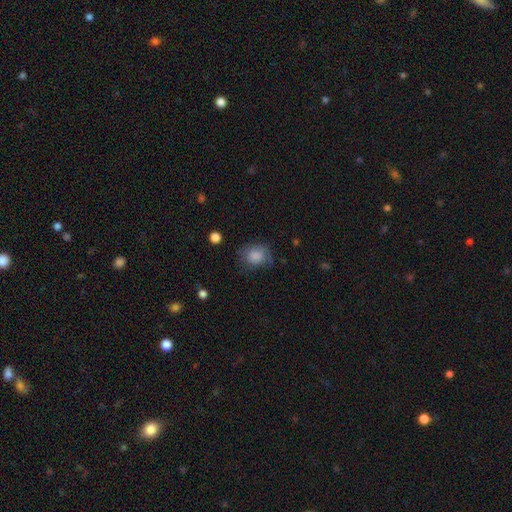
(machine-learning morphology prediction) Smooth or featured? smooth (79%)
How rounded? round (59%)
Merging? none (58%)